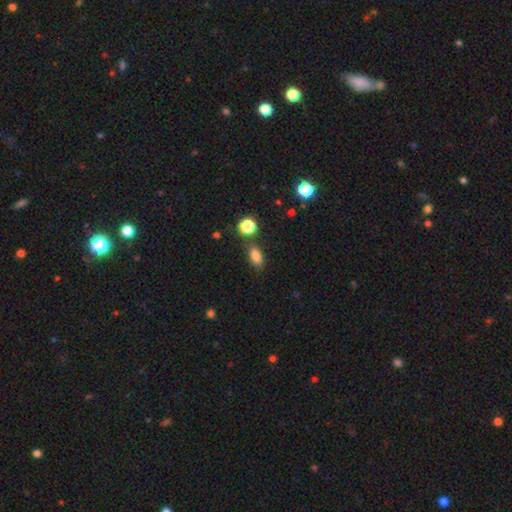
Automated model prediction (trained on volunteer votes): smooth-or-featured: smooth: 81% | star or artifact: 12% | featured or disk: 8%
  how-rounded: in between: 81% | round: 11% | cigar-shaped: 8%
  merging: none: 77% | minor disturbance: 12% | merger: 7% | major disturbance: 3%